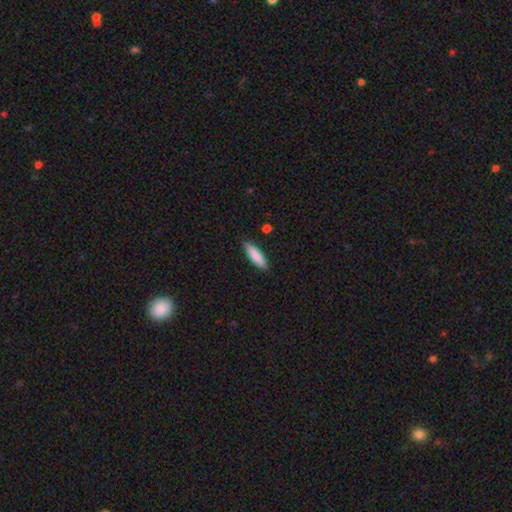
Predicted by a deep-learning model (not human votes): Q: Smooth or featured?
A: smooth (85%); runner-up: featured or disk (10%)
Q: How rounded?
A: cigar-shaped (66%); runner-up: in between (33%)
Q: Merging?
A: none (84%); runner-up: minor disturbance (12%)